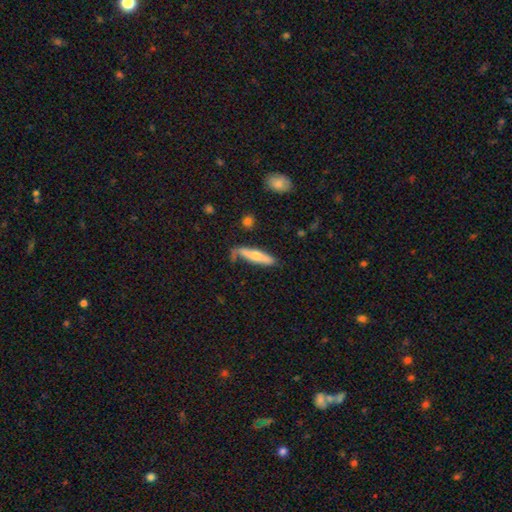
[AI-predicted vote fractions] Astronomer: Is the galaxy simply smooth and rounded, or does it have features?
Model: smooth — 54% (runner-up: featured or disk, 40%).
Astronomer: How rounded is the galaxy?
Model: cigar-shaped — 78%.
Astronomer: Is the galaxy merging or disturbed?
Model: none — 63%.